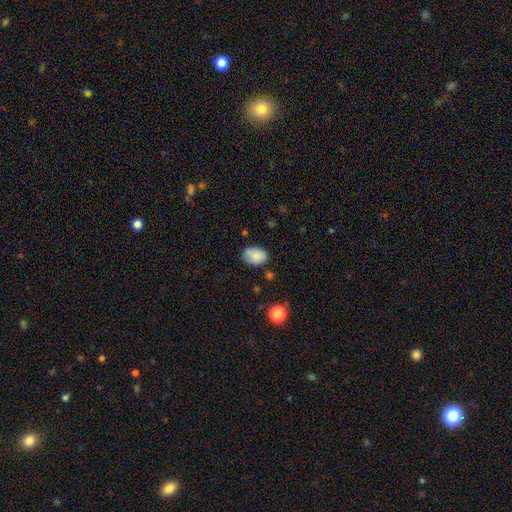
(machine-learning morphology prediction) Q: Smooth or featured?
A: smooth (84%); runner-up: star or artifact (8%)
Q: How rounded?
A: in between (79%); runner-up: round (20%)
Q: Merging?
A: none (73%); runner-up: minor disturbance (19%)